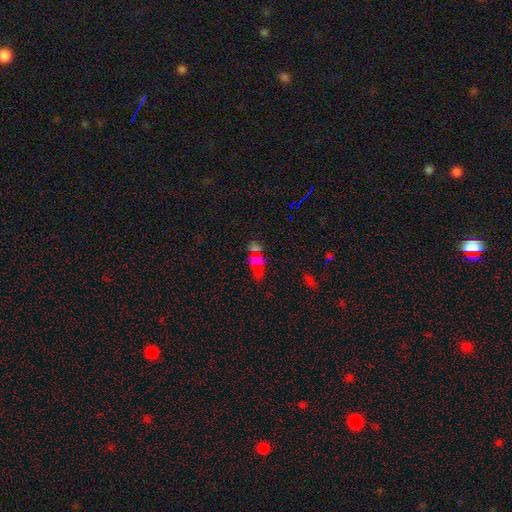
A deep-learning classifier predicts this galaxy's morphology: This is possibly a star or artifact rather than a galaxy (46%).